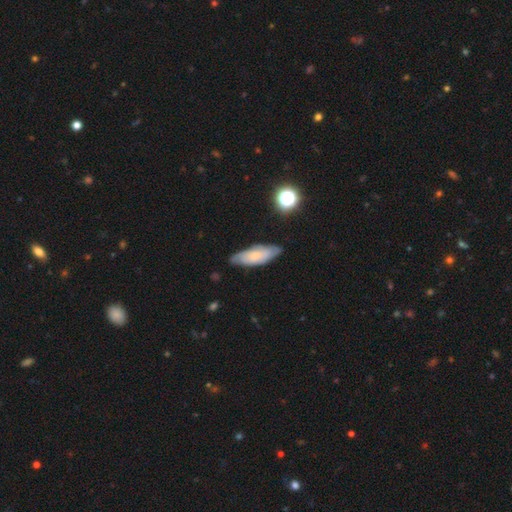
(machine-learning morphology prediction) Smooth or featured: smooth — 57% (featured or disk — 35%)
How rounded: in between — 65% (cigar-shaped — 33%)
Merging: none — 75% (minor disturbance — 20%)